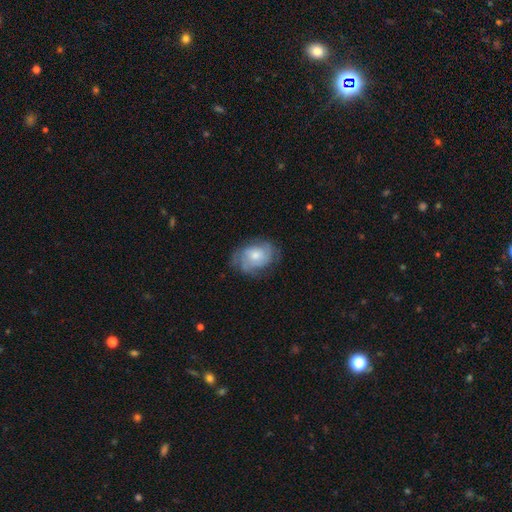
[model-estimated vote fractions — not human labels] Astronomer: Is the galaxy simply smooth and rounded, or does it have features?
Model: featured or disk — 49% (runner-up: smooth, 43%).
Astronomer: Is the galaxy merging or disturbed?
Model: none — 61%.